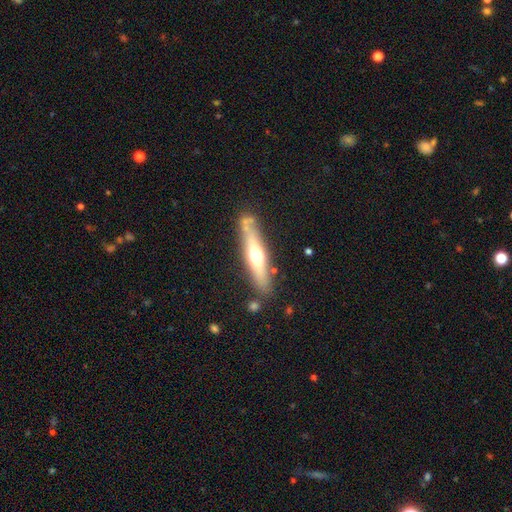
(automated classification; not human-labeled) This appears to be a featured or disk galaxy (53%) viewed edge-on (87%). Merging: none (77%).